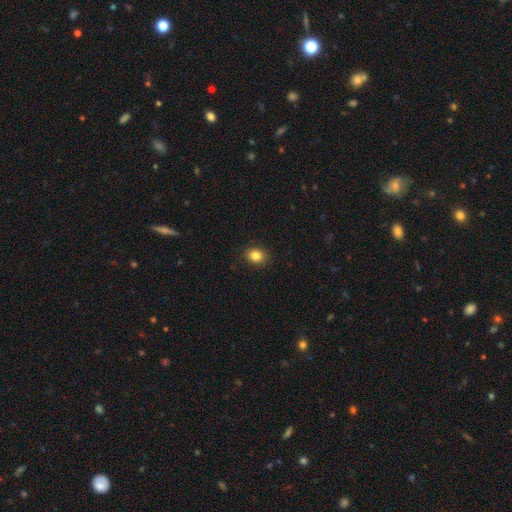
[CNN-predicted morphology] A smooth galaxy with no disk features (84%) that is round (56%). Merging: none (90%).